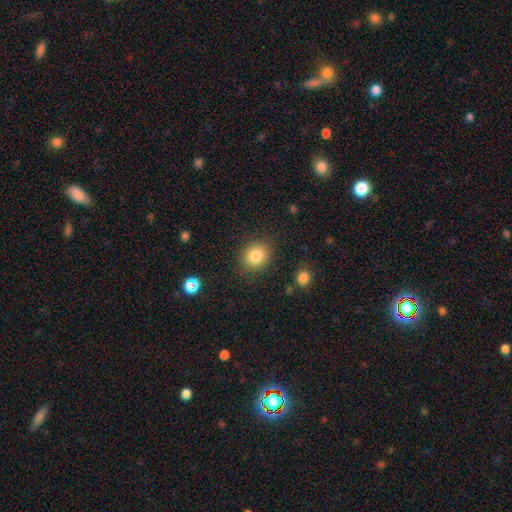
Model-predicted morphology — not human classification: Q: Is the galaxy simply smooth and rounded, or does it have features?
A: smooth — 83%.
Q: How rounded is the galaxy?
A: round — 67%.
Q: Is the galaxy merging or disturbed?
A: none — 85%.